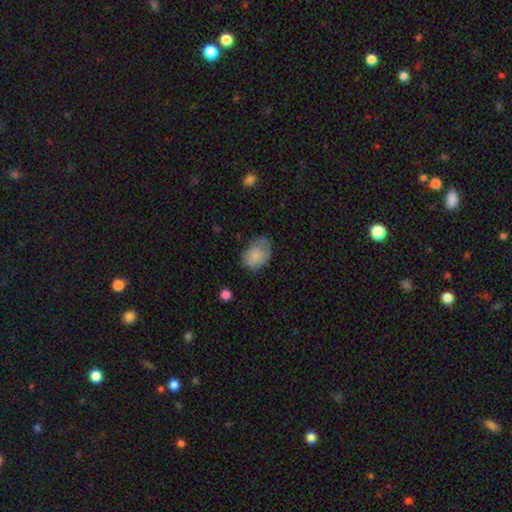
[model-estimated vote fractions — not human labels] This appears to be a smooth galaxy with no disk features (78%) that is in between round and cigar-shaped (79%). Merging: none (55%).